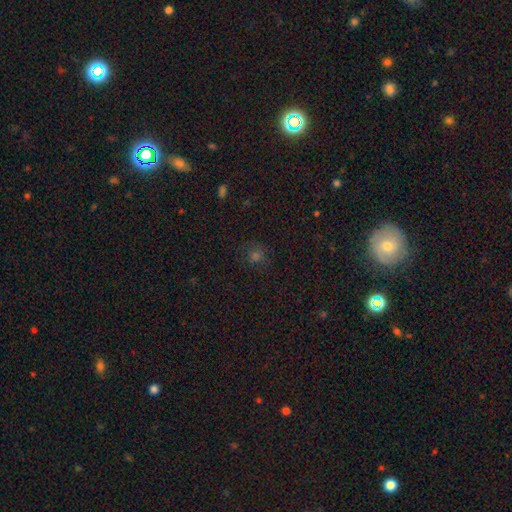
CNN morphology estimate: This is possibly a smooth galaxy (58%). How rounded: clearly round (85%). Merging: clearly none (82%).